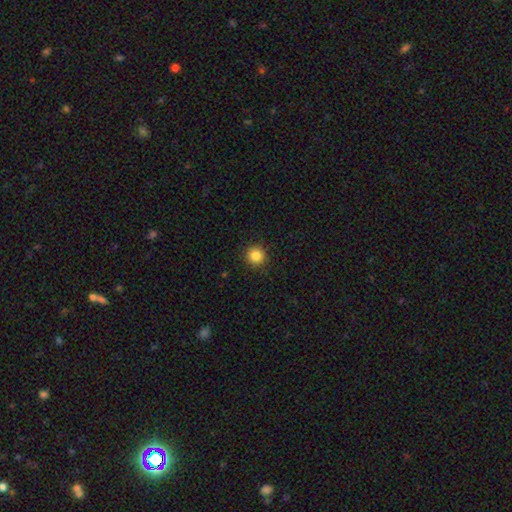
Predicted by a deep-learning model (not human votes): This is clearly a smooth galaxy (85%). How rounded: clearly round (95%). Merging: clearly none (91%).